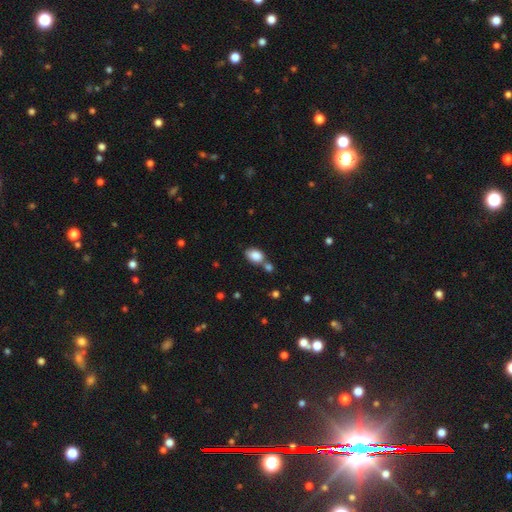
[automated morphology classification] Overall: smooth (85%). How rounded: in between (82%). Merging: none (51%; merger 29%).